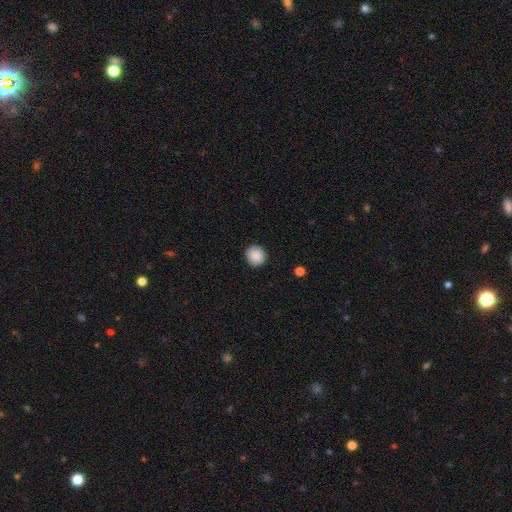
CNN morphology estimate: A smooth galaxy with no disk features (89%) that is round (92%).

Vote fractions:
- Smooth or featured? smooth: 89% / star or artifact: 8% / featured or disk: 3%
- How rounded? round: 92% / in between: 7% / cigar-shaped: 1%
- Merging? none: 92% / minor disturbance: 6% / major disturbance: 2% / merger: 1%